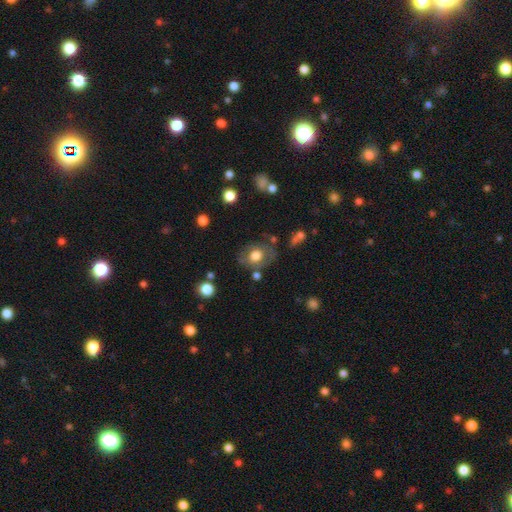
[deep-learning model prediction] A smooth galaxy with no disk features (61%) that is in between round and cigar-shaped (51%). Merging: none (66%).